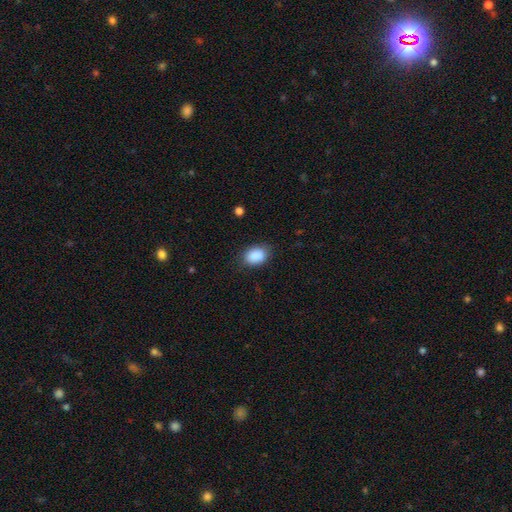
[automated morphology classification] A smooth galaxy with no disk features (89%) that is in between round and cigar-shaped (78%).

Vote fractions:
- Smooth or featured? smooth: 89% / star or artifact: 8% / featured or disk: 4%
- How rounded? in between: 78% / round: 21% / cigar-shaped: 1%
- Merging? none: 81% / minor disturbance: 14% / major disturbance: 4% / merger: 1%